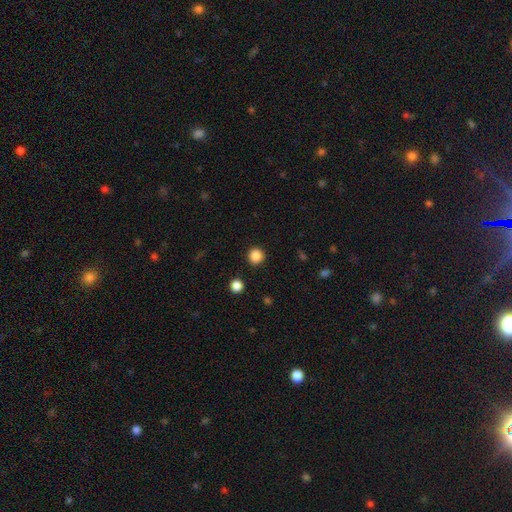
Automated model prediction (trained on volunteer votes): Smooth or featured? smooth (87%)
How rounded? round (92%)
Merging? none (91%)